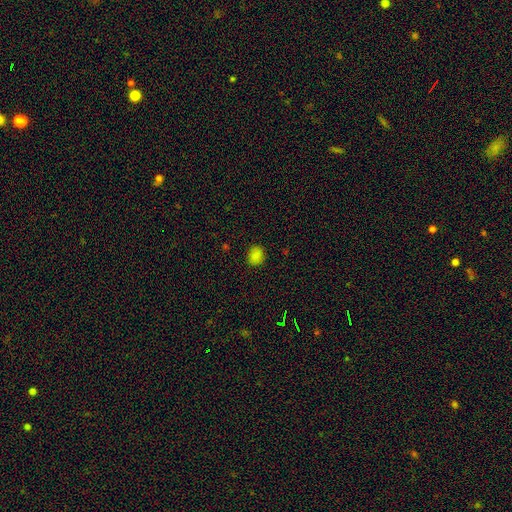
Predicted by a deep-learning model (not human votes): Smooth or featured: smooth — 83% (star or artifact — 14%)
How rounded: round — 59% (in between — 40%)
Merging: none — 87% (minor disturbance — 10%)